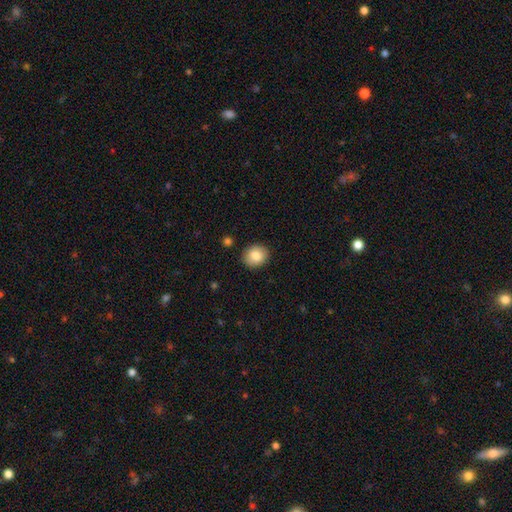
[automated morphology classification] Q: Smooth or featured?
A: smooth (85%); runner-up: star or artifact (8%)
Q: How rounded?
A: round (63%); runner-up: in between (36%)
Q: Merging?
A: none (89%); runner-up: minor disturbance (8%)